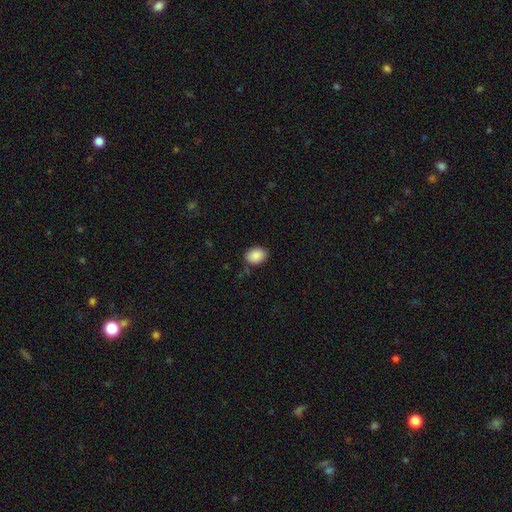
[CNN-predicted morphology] This is clearly a smooth galaxy (89%). How rounded: likely in between (72%). Merging: clearly none (83%).